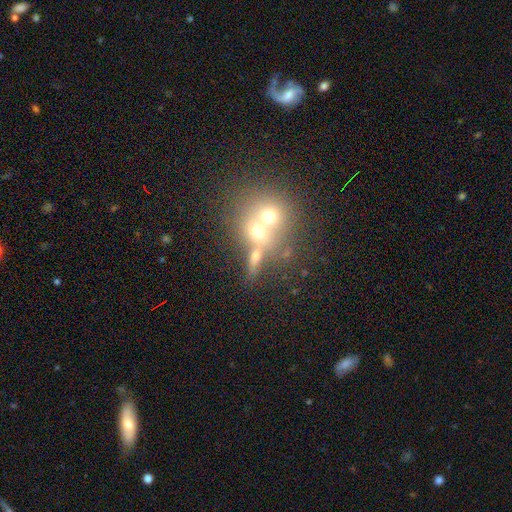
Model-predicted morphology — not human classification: This is possibly a smooth galaxy (55%). How rounded: possibly round (59%). Merging: likely merger (61%).